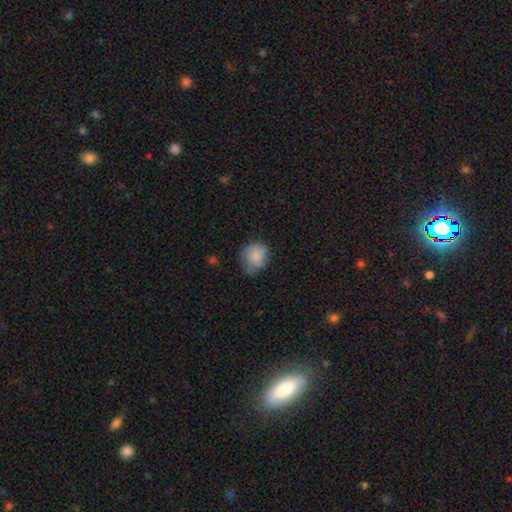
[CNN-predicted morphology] smooth 83%, featured or disk 10%, star or artifact 8%. Down the decision tree: how rounded — round (68%); merging — none (54%).